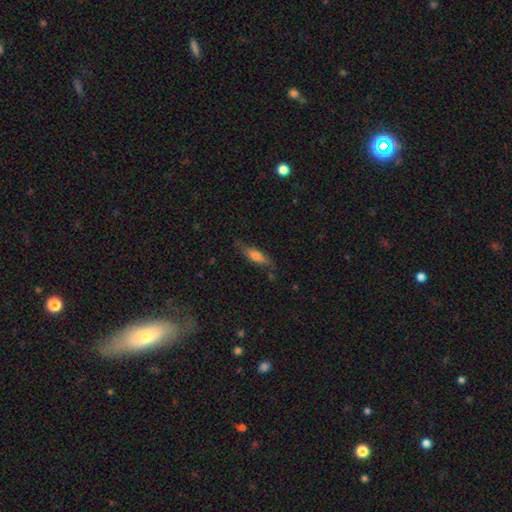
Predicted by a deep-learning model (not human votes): Overall: smooth (63%; featured or disk 30%). How rounded: cigar-shaped (57%; in between 41%). Merging: none (72%).